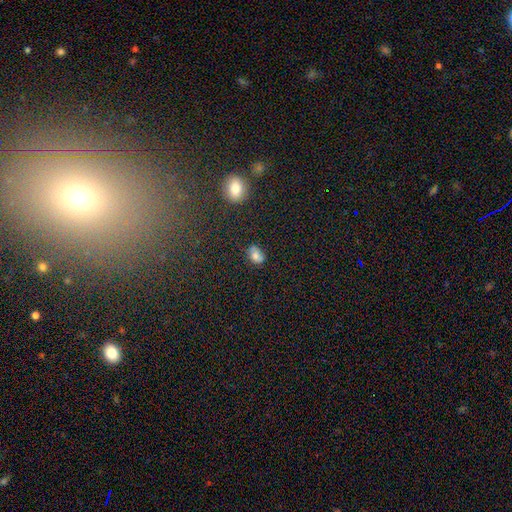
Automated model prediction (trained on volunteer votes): A smooth galaxy with no disk features (74%) that is in between round and cigar-shaped (74%). Merging: none (72%).